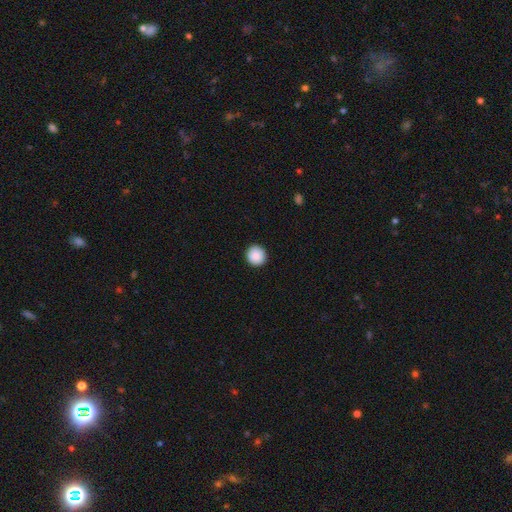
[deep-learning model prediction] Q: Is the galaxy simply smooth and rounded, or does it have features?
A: smooth — 90%.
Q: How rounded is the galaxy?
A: round — 94%.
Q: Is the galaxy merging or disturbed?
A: none — 93%.